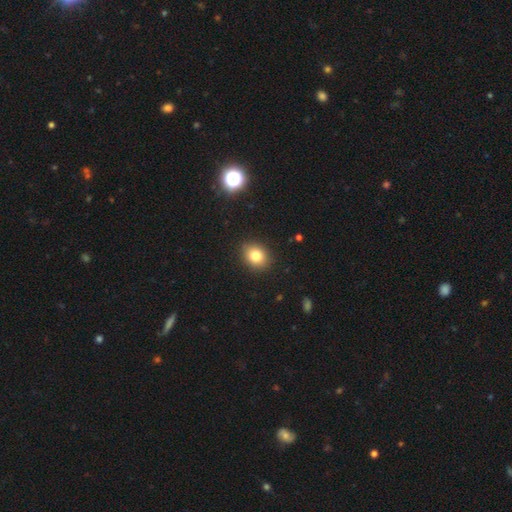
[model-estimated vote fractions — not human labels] smooth-or-featured: smooth: 80% | star or artifact: 12% | featured or disk: 8%
  how-rounded: round: 54% | in between: 45% | cigar-shaped: 1%
  merging: none: 89% | minor disturbance: 8% | major disturbance: 2% | merger: 1%